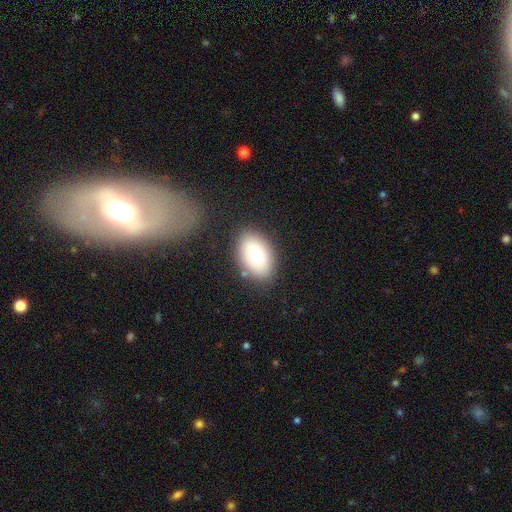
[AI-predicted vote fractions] smooth_or_featured: smooth (p=0.74) [alt: featured or disk p=0.17]
how_rounded: in between (p=0.85) [alt: round p=0.14]
merging: none (p=0.82) [alt: minor disturbance p=0.11]